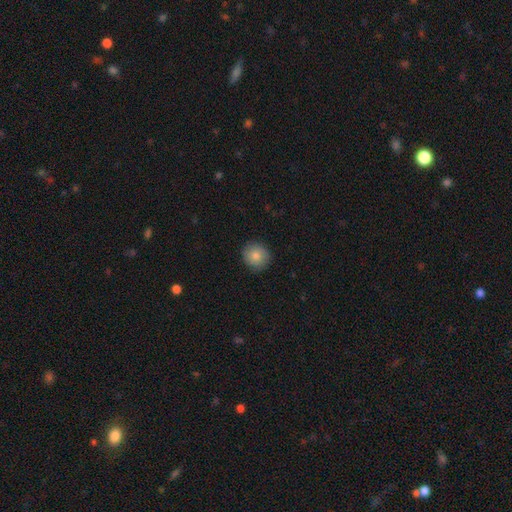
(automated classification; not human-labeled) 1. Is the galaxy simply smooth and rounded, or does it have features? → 84% smooth, 8% featured or disk, 8% star or artifact.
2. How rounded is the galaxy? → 91% round, 8% in between, 1% cigar-shaped.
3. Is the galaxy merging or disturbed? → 89% none, 8% minor disturbance, 2% major disturbance, 1% merger.